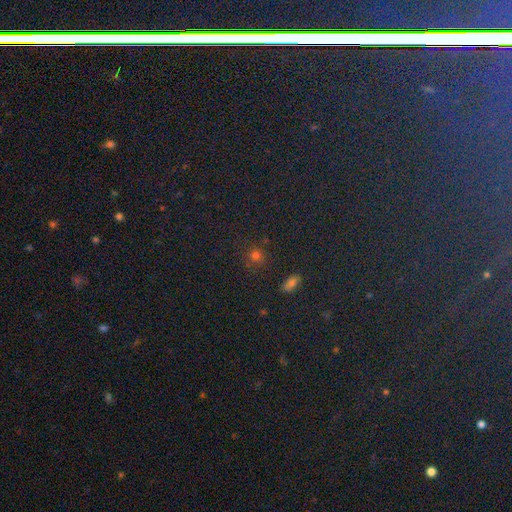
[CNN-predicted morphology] smooth 66%, star or artifact 27%, featured or disk 7%. Down the decision tree: how rounded — round (88%); merging — none (84%).